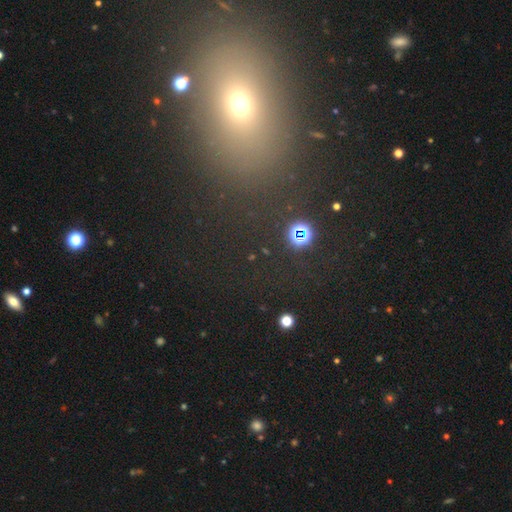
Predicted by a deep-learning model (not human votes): Smooth or featured? Predicted: smooth (p=0.45). Merging? Predicted: none (p=0.80).